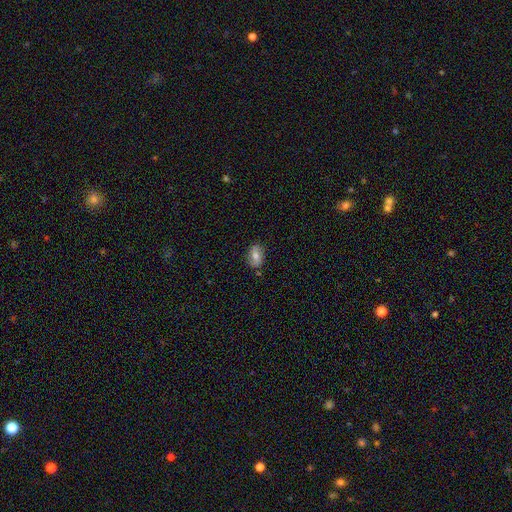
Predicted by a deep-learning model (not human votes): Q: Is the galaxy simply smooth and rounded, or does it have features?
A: smooth — 67%.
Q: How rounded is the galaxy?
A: in between — 83%.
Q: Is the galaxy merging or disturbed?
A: none — 82%.